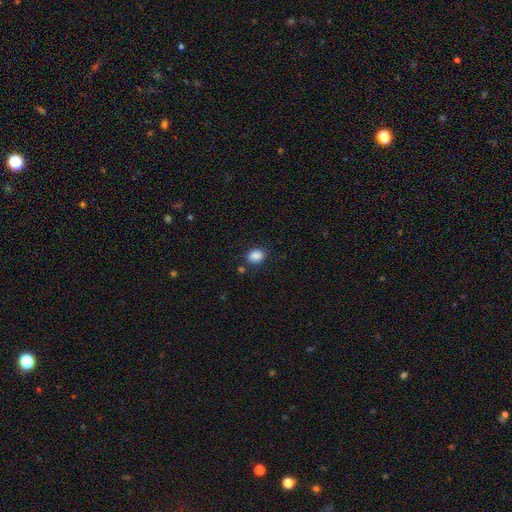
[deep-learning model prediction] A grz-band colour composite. It shows a smooth galaxy with no disk features (87%) that is in between round and cigar-shaped (55%). Merging: none (80%).